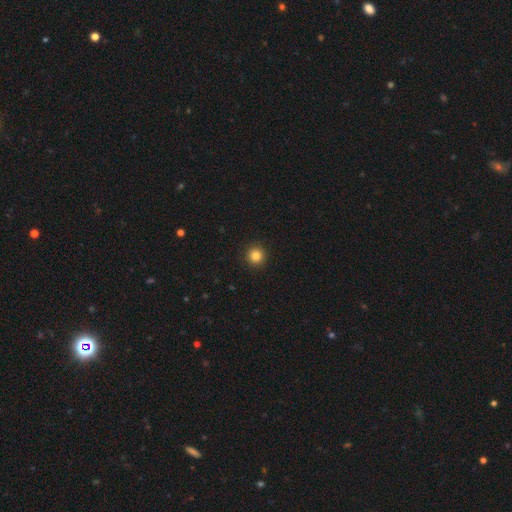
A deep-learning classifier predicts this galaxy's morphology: A smooth galaxy with no disk features (84%) that is round (95%).

Vote fractions:
- Smooth or featured? smooth: 84% / star or artifact: 12% / featured or disk: 4%
- How rounded? round: 95% / in between: 4% / cigar-shaped: 1%
- Merging? none: 93% / minor disturbance: 4% / major disturbance: 2% / merger: 1%